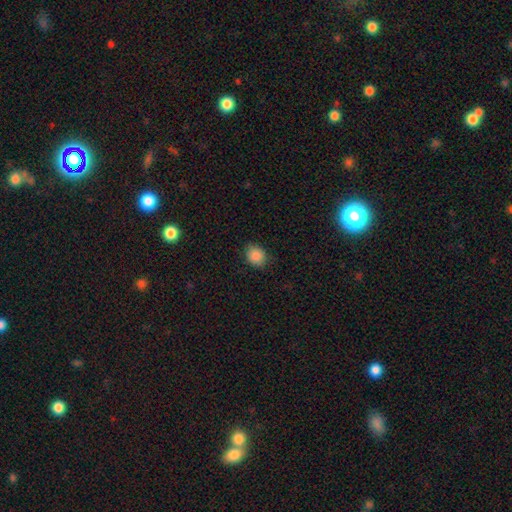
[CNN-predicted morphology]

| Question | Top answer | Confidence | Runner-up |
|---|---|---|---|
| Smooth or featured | smooth | 87% | star or artifact (9%) |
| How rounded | round | 60% | in between (39%) |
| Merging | none | 85% | minor disturbance (11%) |